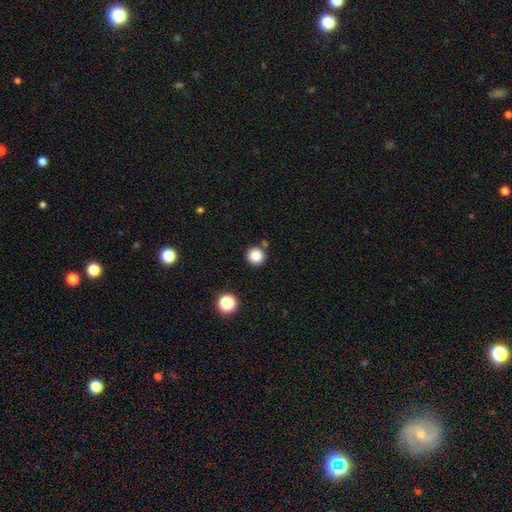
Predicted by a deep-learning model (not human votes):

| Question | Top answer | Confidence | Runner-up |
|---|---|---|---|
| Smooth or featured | smooth | 85% | star or artifact (11%) |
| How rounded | round | 95% | in between (4%) |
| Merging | none | 87% | minor disturbance (7%) |